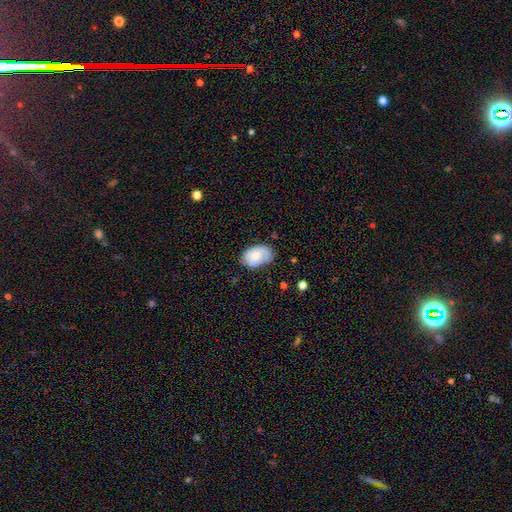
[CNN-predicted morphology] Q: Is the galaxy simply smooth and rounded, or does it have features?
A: smooth — 68%.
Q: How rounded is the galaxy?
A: in between — 86%.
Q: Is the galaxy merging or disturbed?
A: none — 62%.